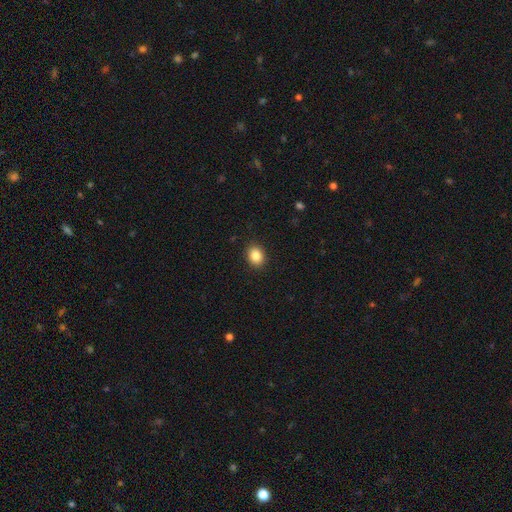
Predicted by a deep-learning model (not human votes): Smooth or featured?
  - smooth: 86% *
  - star or artifact: 9%
  - featured or disk: 5%
How rounded?
  - round: 51% *
  - in between: 48%
  - cigar-shaped: 1%
Merging?
  - none: 91% *
  - minor disturbance: 6%
  - major disturbance: 2%
  - merger: 1%